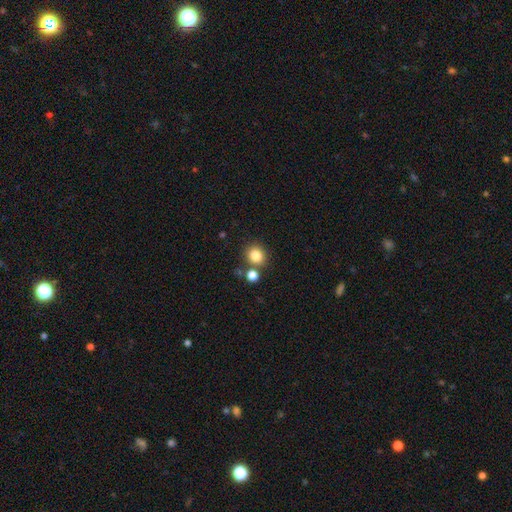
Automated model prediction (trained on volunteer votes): Overall: smooth (83%). How rounded: round (85%). Merging: none (74%).